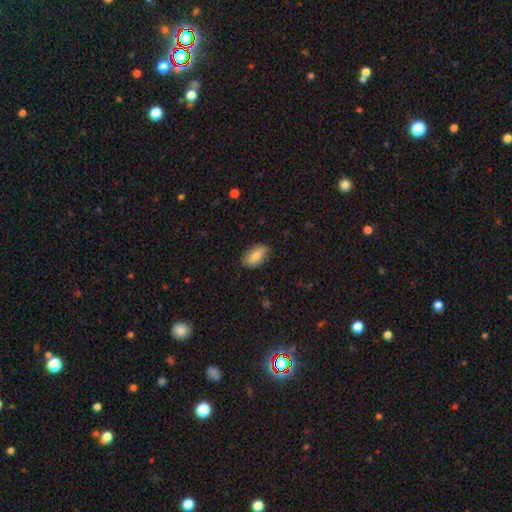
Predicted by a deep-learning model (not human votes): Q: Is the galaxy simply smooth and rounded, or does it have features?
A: smooth — 80%.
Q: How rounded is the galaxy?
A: in between — 92%.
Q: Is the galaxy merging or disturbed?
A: none — 79%.